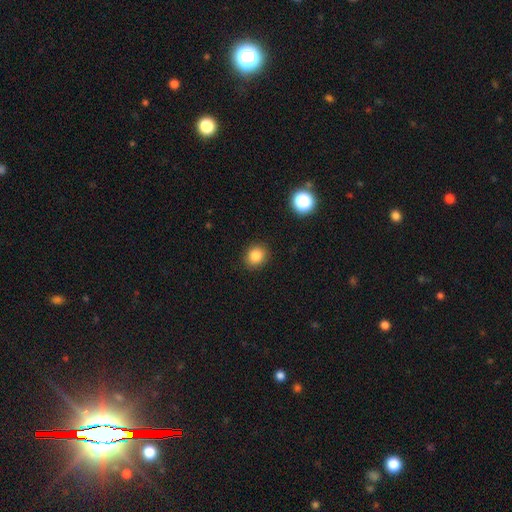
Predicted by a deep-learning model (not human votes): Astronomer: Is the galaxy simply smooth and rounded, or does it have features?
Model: smooth — 84%.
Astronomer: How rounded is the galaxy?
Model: round — 69%.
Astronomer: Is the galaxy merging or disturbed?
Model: none — 89%.